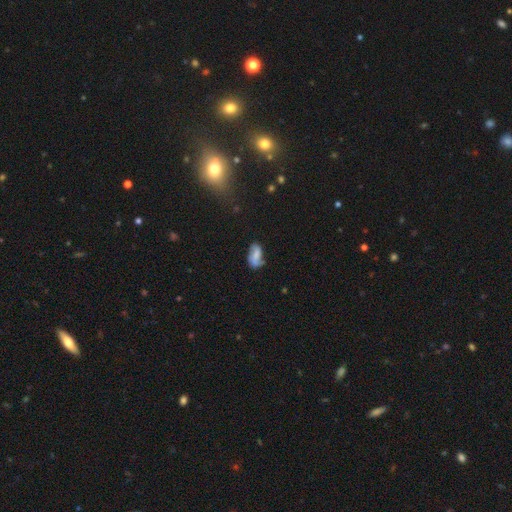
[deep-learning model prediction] Smooth or featured? smooth (49%)
Merging? none (58%)